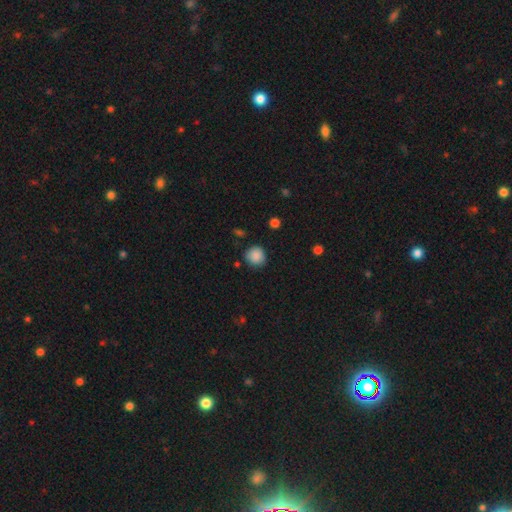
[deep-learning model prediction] A smooth galaxy with no disk features (87%) that is round (91%). Merging: none (84%).